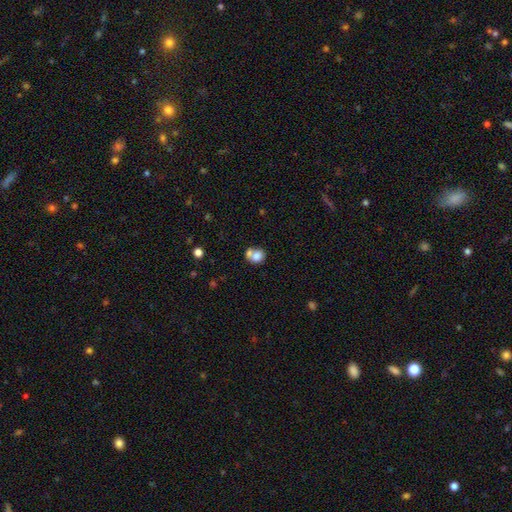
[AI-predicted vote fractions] Q: Smooth or featured?
A: smooth (76%); runner-up: featured or disk (15%)
Q: How rounded?
A: round (63%); runner-up: in between (36%)
Q: Merging?
A: merger (54%); runner-up: none (32%)